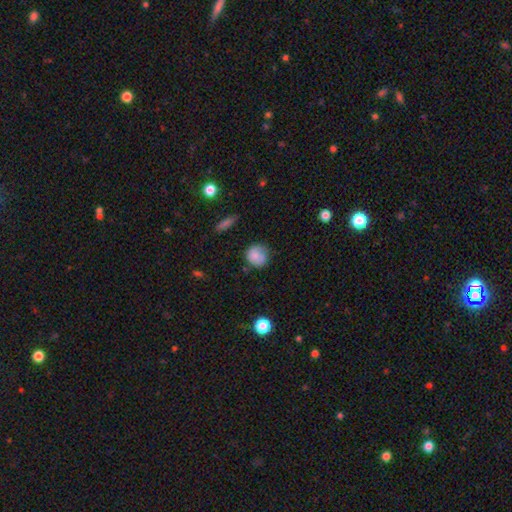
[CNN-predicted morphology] Overall: smooth (79%). How rounded: round (83%). Merging: none (60%; minor disturbance 28%).